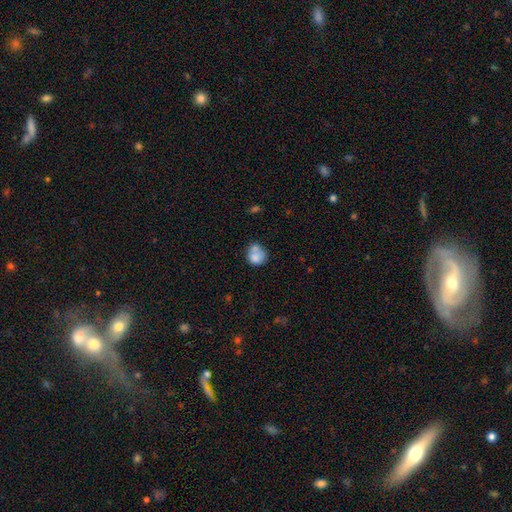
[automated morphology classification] This is likely a smooth galaxy (74%). How rounded: likely round (71%). Merging: marginally merger (39%).